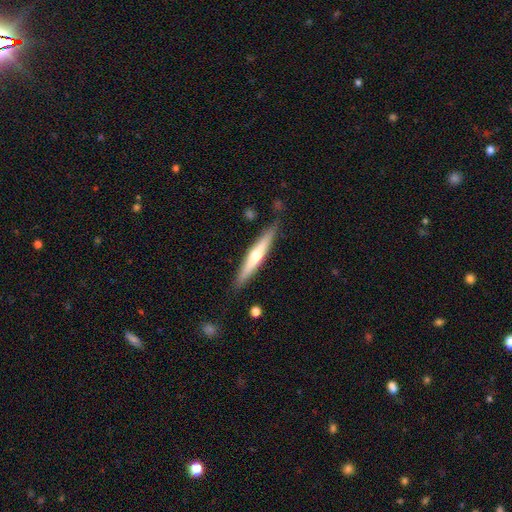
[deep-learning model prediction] Smooth or featured? featured or disk (57%)
Edge-on disk? yes (95%)
Edge-on bulge? rounded (87%)
Merging? none (86%)